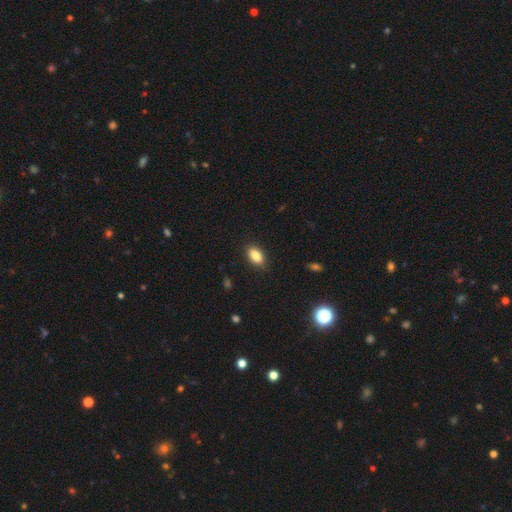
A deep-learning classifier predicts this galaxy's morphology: This appears to be a smooth galaxy with no disk features (86%) that is in between round and cigar-shaped (90%). Merging: none (87%).